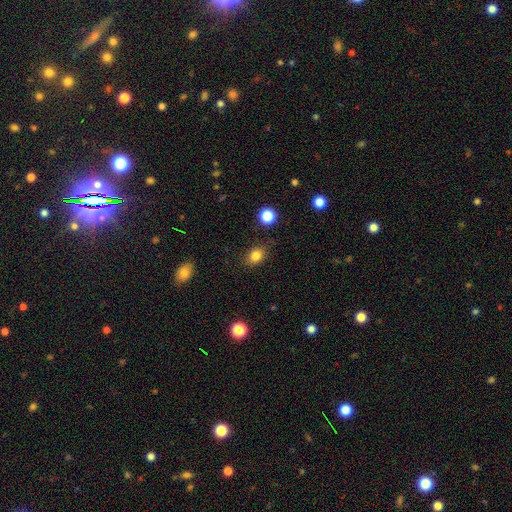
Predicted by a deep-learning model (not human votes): A smooth galaxy with no disk features (83%) that is in between round and cigar-shaped (57%). Merging: none (82%).